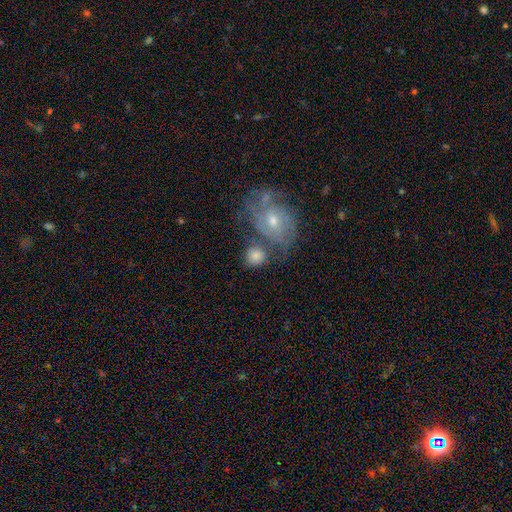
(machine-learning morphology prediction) A smooth galaxy with no disk features (69%) that is round (77%). Merging: none (54%).